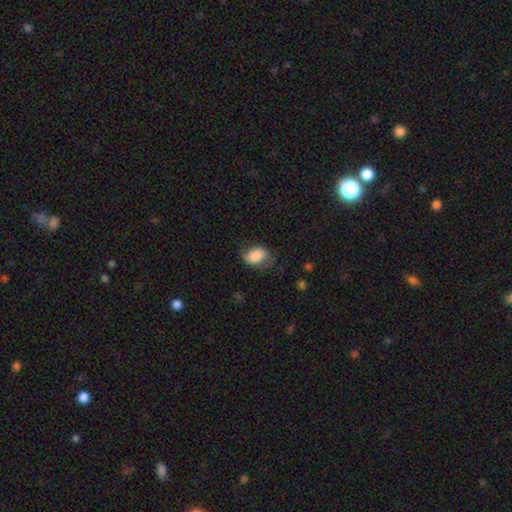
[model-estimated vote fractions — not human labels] Smooth or featured?
  - smooth: 80% *
  - featured or disk: 13%
  - star or artifact: 7%
How rounded?
  - in between: 82% *
  - round: 17%
  - cigar-shaped: 1%
Merging?
  - none: 55% *
  - minor disturbance: 30%
  - major disturbance: 14%
  - merger: 2%